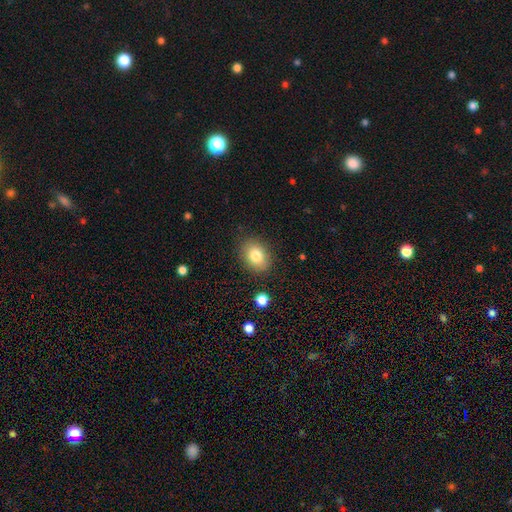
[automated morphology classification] The model was most divided on "how rounded": in between: 67%, round: 32%, cigar-shaped: 1%. More confident: merging — none (86%); smooth or featured — smooth (80%).